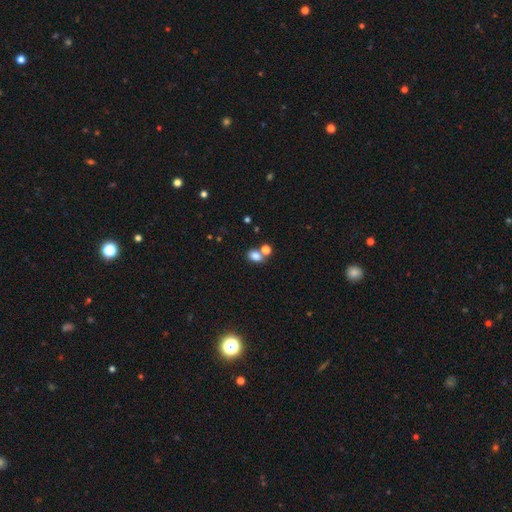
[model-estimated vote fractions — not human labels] This is likely a smooth galaxy (79%). How rounded: likely in between (66%). Merging: possibly none (50%).